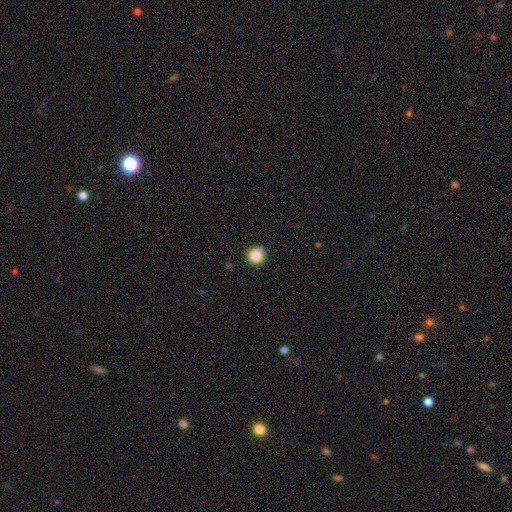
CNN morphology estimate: A smooth galaxy with no disk features (85%) that is round (93%). Merging: none (81%).